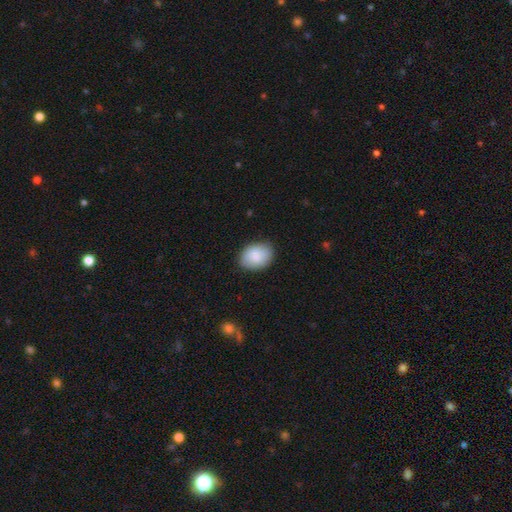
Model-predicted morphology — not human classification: Overall: smooth (86%). How rounded: in between (72%). Merging: none (84%).